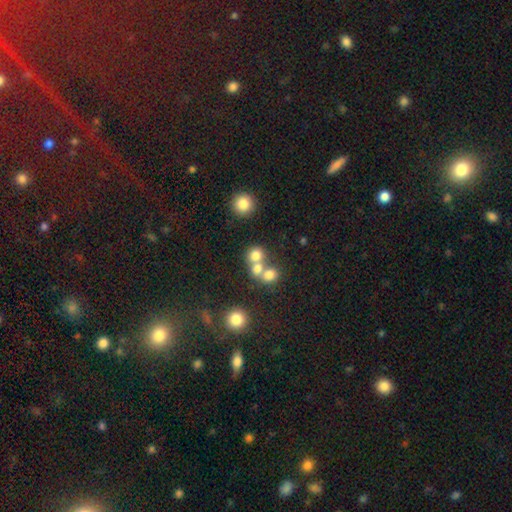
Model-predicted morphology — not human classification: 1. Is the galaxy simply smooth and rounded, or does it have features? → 73% smooth, 14% star or artifact, 13% featured or disk.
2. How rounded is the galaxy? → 81% round, 18% in between, 1% cigar-shaped.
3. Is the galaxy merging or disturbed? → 51% merger, 39% none, 6% minor disturbance, 4% major disturbance.